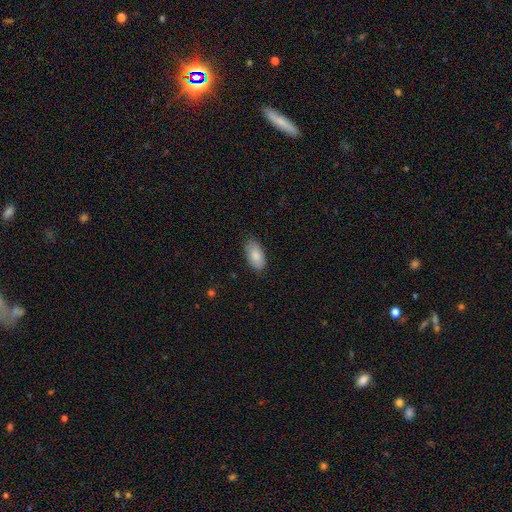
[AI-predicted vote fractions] Smooth or featured? smooth (86%)
How rounded? in between (94%)
Merging? none (84%)